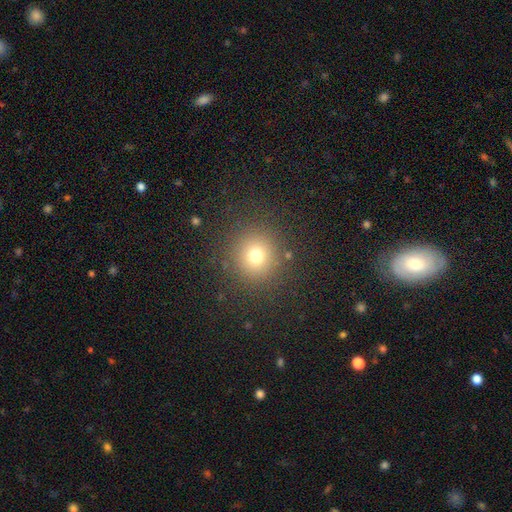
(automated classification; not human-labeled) A smooth galaxy with no disk features (73%) that is round (93%). Merging: none (87%).